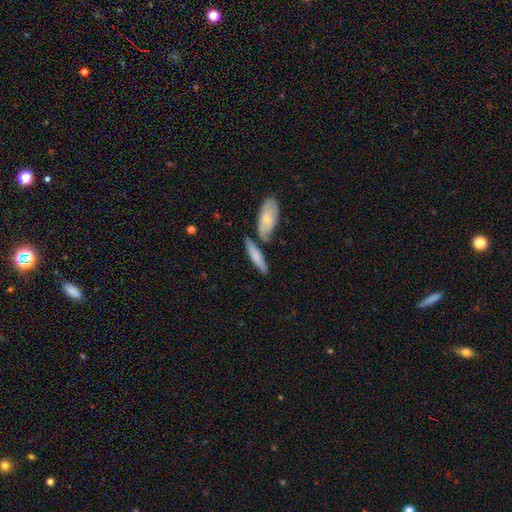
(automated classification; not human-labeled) Q: Smooth or featured?
A: smooth (69%); runner-up: featured or disk (25%)
Q: How rounded?
A: cigar-shaped (67%); runner-up: in between (31%)
Q: Merging?
A: none (58%); runner-up: merger (23%)